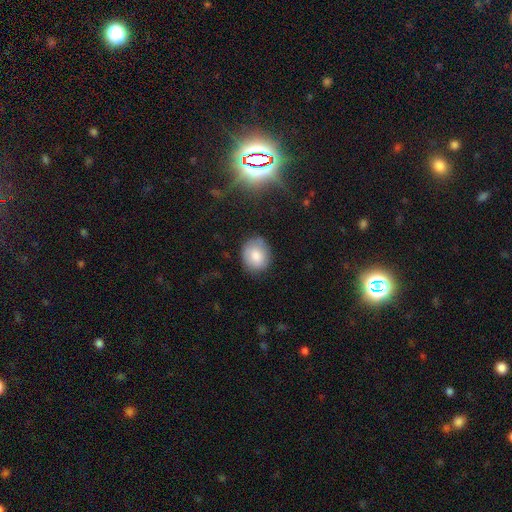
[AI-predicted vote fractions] This appears to be a smooth galaxy with no disk features (81%) that is round (65%). Merging: none (78%).